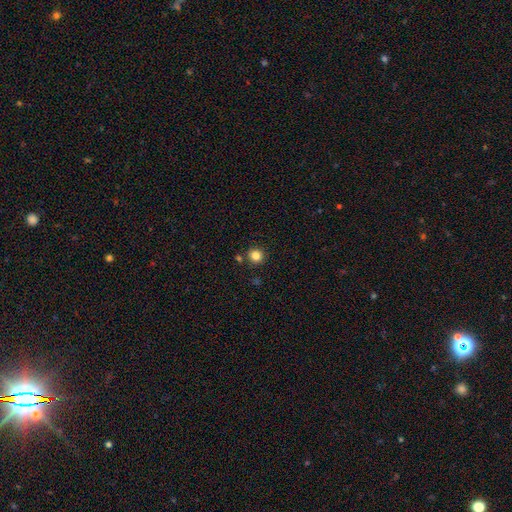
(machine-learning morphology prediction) Smooth or featured?
  - smooth: 83% *
  - star or artifact: 12%
  - featured or disk: 5%
How rounded?
  - round: 91% *
  - in between: 8%
  - cigar-shaped: 1%
Merging?
  - none: 86% *
  - minor disturbance: 7%
  - merger: 5%
  - major disturbance: 2%